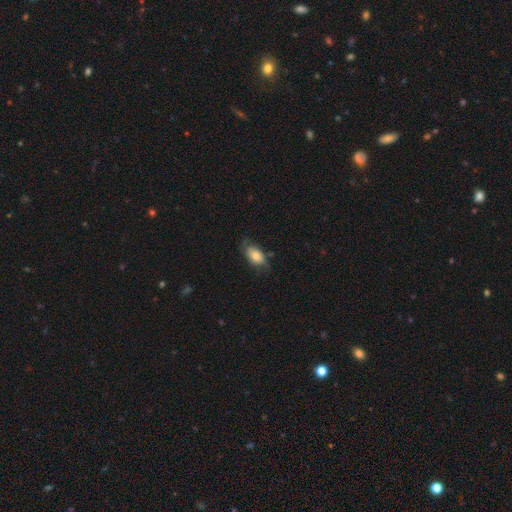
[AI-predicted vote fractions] A smooth galaxy with no disk features (69%) that is in between round and cigar-shaped (88%).

Vote fractions:
- Smooth or featured? smooth: 69% / featured or disk: 24% / star or artifact: 7%
- How rounded? in between: 88% / round: 7% / cigar-shaped: 4%
- Merging? none: 57% / minor disturbance: 29% / major disturbance: 13% / merger: 2%